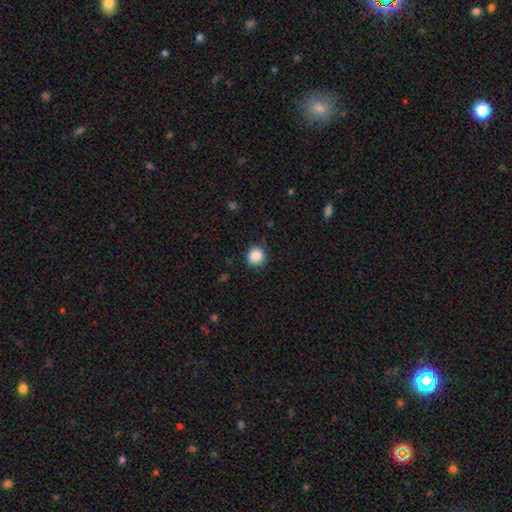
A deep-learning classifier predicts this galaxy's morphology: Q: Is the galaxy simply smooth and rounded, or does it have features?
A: smooth — 87%.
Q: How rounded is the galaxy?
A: round — 89%.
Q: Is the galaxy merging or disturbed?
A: none — 82%.